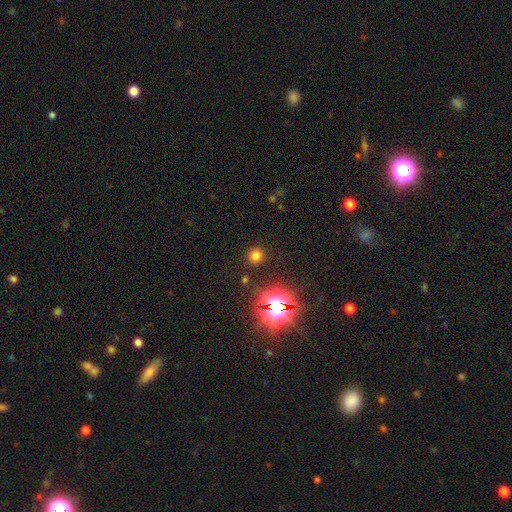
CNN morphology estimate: Smooth or featured?
  - smooth: 70% *
  - star or artifact: 24%
  - featured or disk: 6%
How rounded?
  - round: 89% *
  - in between: 9%
  - cigar-shaped: 1%
Merging?
  - none: 87% *
  - minor disturbance: 7%
  - major disturbance: 3%
  - merger: 3%